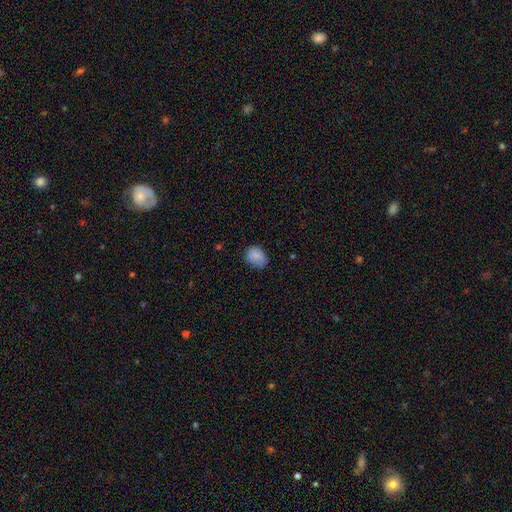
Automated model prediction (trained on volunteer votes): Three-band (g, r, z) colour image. It shows a smooth galaxy with no disk features (83%) that is in between round and cigar-shaped (59%). Merging: none (68%).